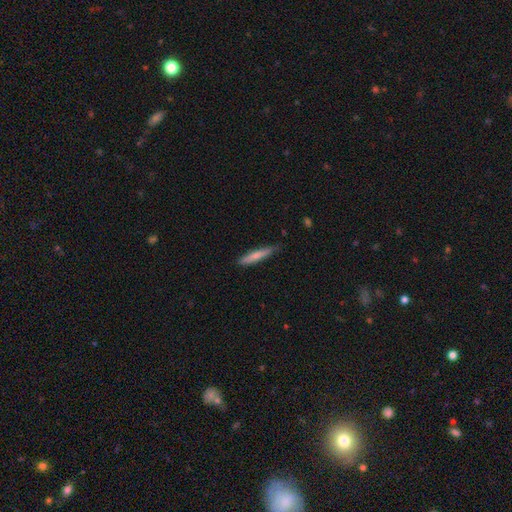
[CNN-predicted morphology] Q: Smooth or featured?
A: smooth (71%); runner-up: featured or disk (23%)
Q: How rounded?
A: cigar-shaped (91%); runner-up: in between (8%)
Q: Merging?
A: none (76%); runner-up: minor disturbance (20%)